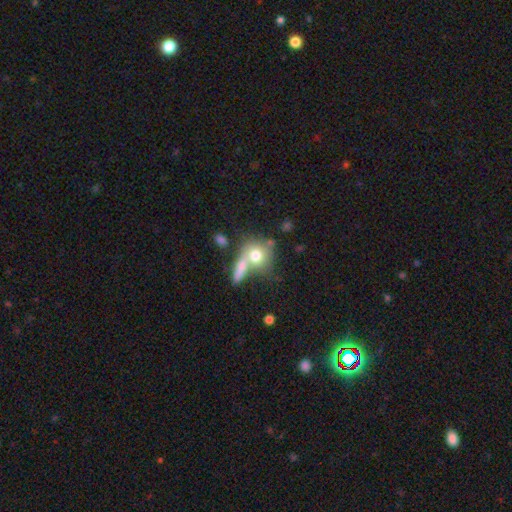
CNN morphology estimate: A smooth galaxy with no disk features (72%) that is round (71%). Merging: merger (45%).